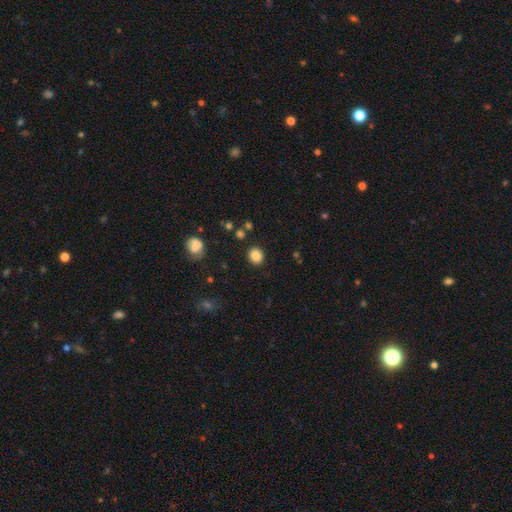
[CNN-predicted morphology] A smooth galaxy with no disk features (84%) that is round (75%).

Vote fractions:
- Smooth or featured? smooth: 84% / star or artifact: 11% / featured or disk: 5%
- How rounded? round: 75% / in between: 24% / cigar-shaped: 1%
- Merging? none: 89% / minor disturbance: 7% / major disturbance: 2% / merger: 2%